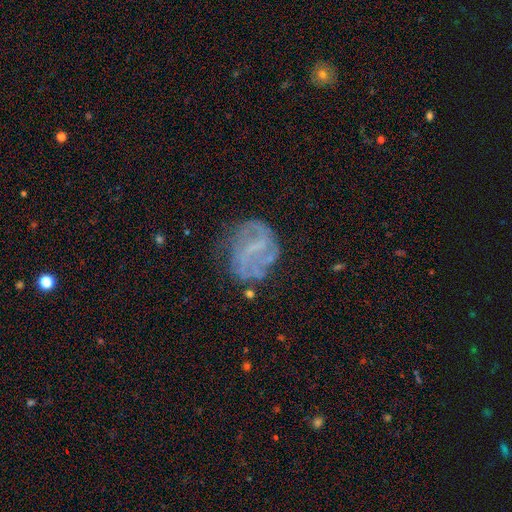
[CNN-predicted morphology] smooth-or-featured: featured or disk: 66% | smooth: 19% | star or artifact: 15%
  disk-edge-on: no: 97% | yes: 3%
    bar: weak: 43% | no: 32% | strong: 25%
    has-spiral-arms: yes: 73% | no: 27%
    bulge-size: none: 50% | small: 38% | moderate: 10% | large: 1% | dominant: 1%
  merging: none: 63% | minor disturbance: 19% | major disturbance: 15% | merger: 3%